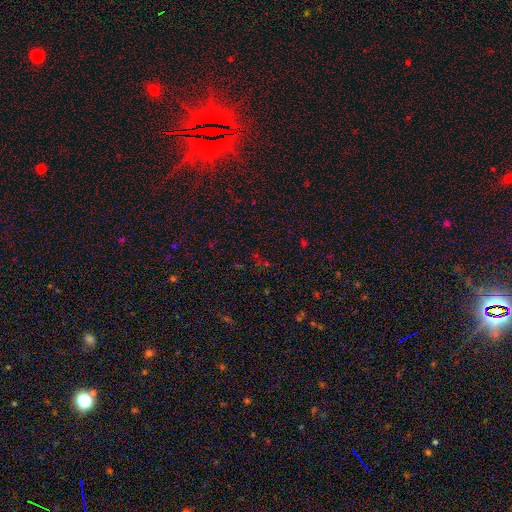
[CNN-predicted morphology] This appears to be a star or artifact, not a galaxy (66%).